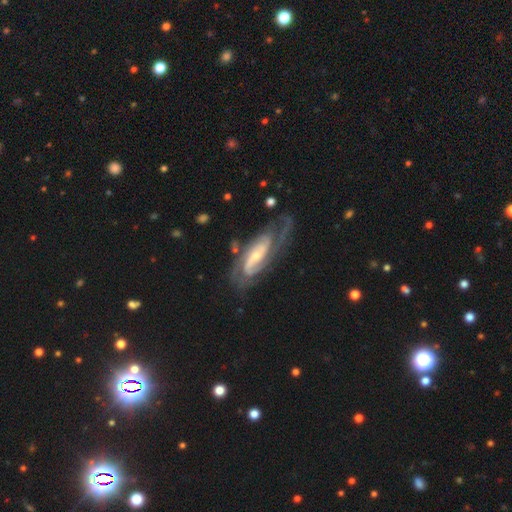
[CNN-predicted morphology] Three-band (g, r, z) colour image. It shows a featured or disk galaxy (89%) with a weak bar (38%), 2 (64%) tight (48%) spiral arms (97%) and a small central bulge (57%). Merging: none (62%).